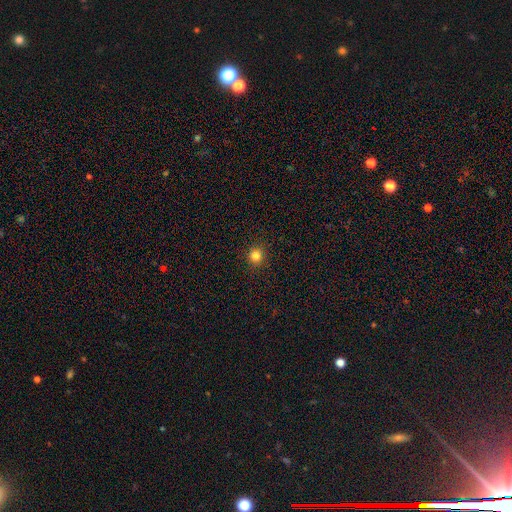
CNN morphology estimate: A smooth galaxy with no disk features (82%) that is round (92%). Merging: none (92%).